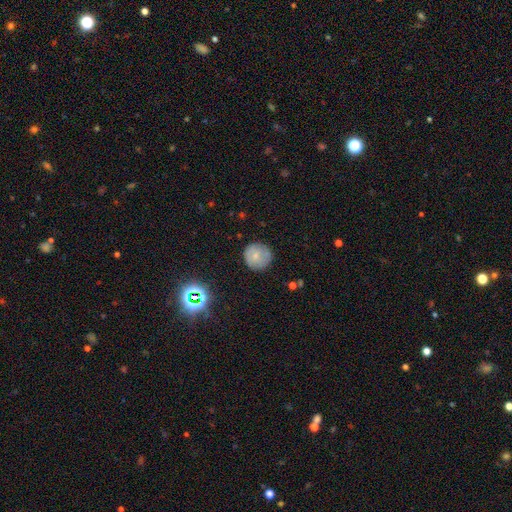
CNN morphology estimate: This appears to be a smooth galaxy with no disk features (68%) that is round (94%). Merging: none (82%).